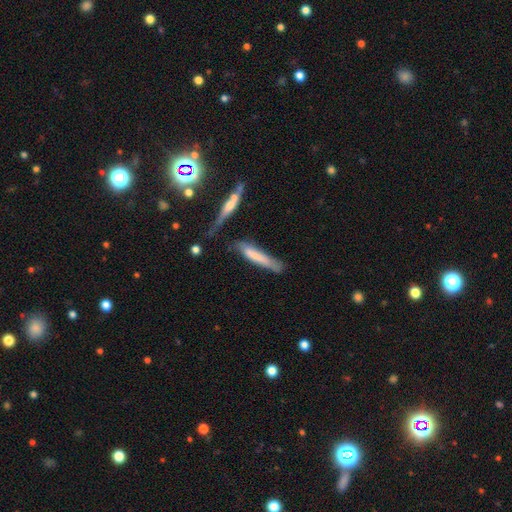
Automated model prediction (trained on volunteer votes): This is likely a smooth galaxy (65%). How rounded: clearly cigar-shaped (91%). Merging: possibly none (54%).